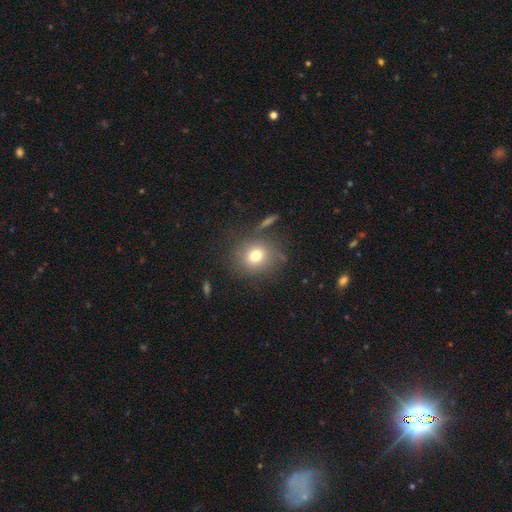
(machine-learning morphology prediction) Smooth or featured? Predicted: smooth (p=0.75). How rounded? Predicted: round (p=0.82). Merging? Predicted: none (p=0.78).